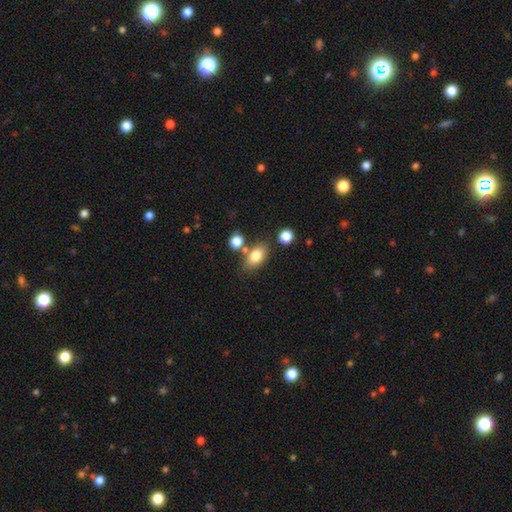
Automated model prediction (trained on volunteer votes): Smooth or featured?
  - smooth: 80% *
  - featured or disk: 11%
  - star or artifact: 9%
How rounded?
  - in between: 84% *
  - round: 13%
  - cigar-shaped: 3%
Merging?
  - none: 67% *
  - merger: 16%
  - minor disturbance: 13%
  - major disturbance: 4%